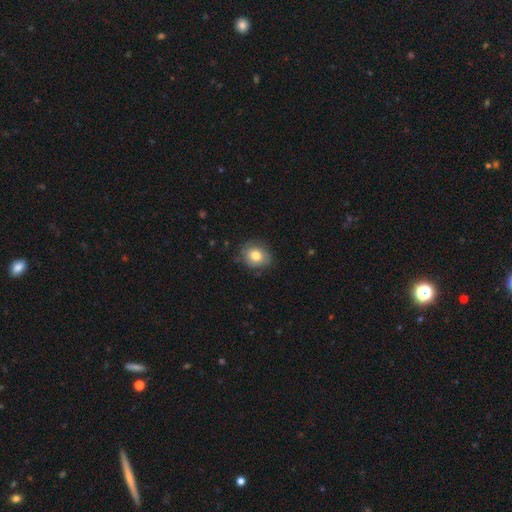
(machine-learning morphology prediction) Overall: smooth (78%). How rounded: round (65%; in between 34%). Merging: none (78%).